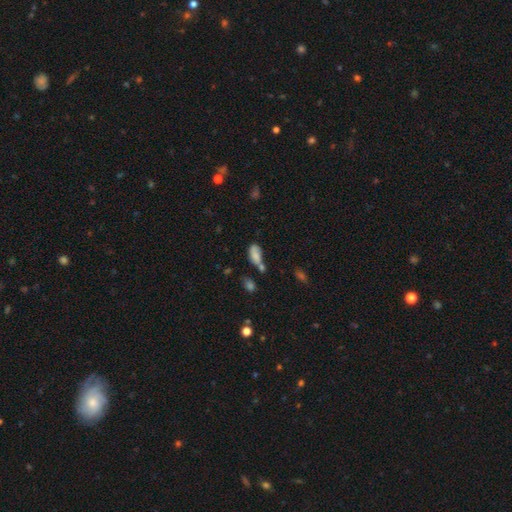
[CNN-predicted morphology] A smooth galaxy with no disk features (77%) that is in between round and cigar-shaped (90%).

Vote fractions:
- Smooth or featured? smooth: 77% / featured or disk: 12% / star or artifact: 10%
- How rounded? in between: 90% / cigar-shaped: 5% / round: 5%
- Merging? none: 34% / merger: 30% / minor disturbance: 24% / major disturbance: 12%